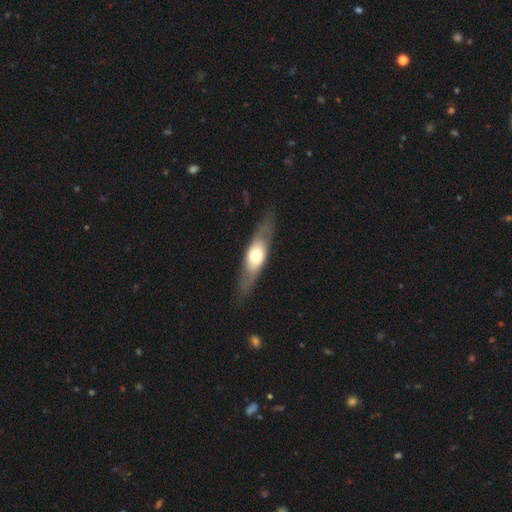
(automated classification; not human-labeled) This is possibly a featured or disk galaxy (55%). It is likely viewed edge-on (61%). Merging: likely none (79%).